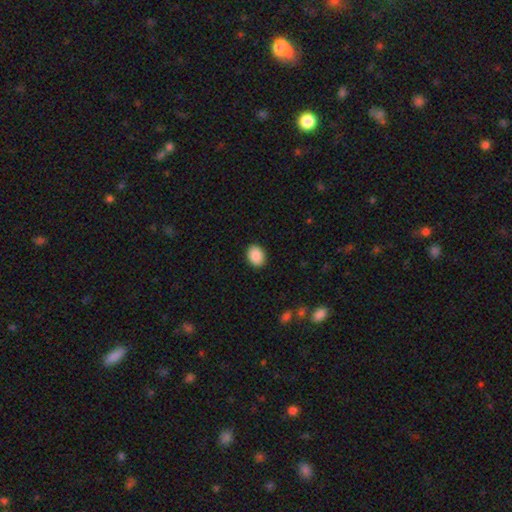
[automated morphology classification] Overall: smooth (90%). How rounded: in between (69%; round 30%). Merging: none (90%).